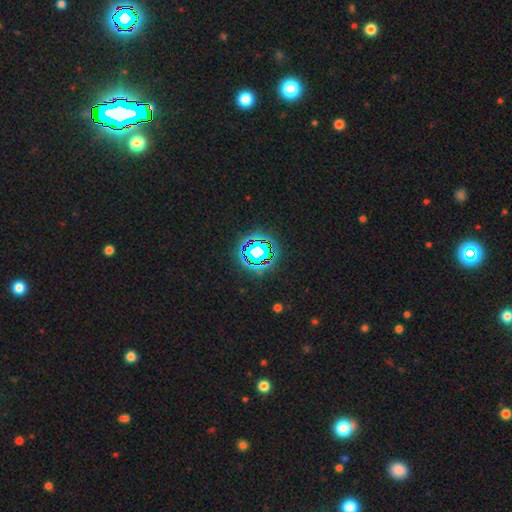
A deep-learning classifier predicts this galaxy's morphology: A star or artifact, not a galaxy (81%).